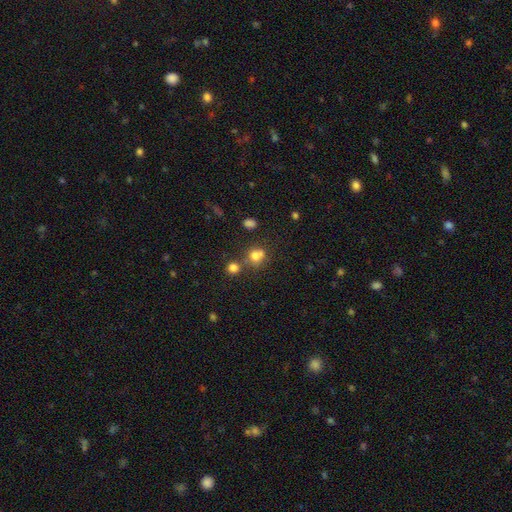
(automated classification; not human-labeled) Smooth or featured? smooth (73%)
How rounded? round (72%)
Merging? none (46%)